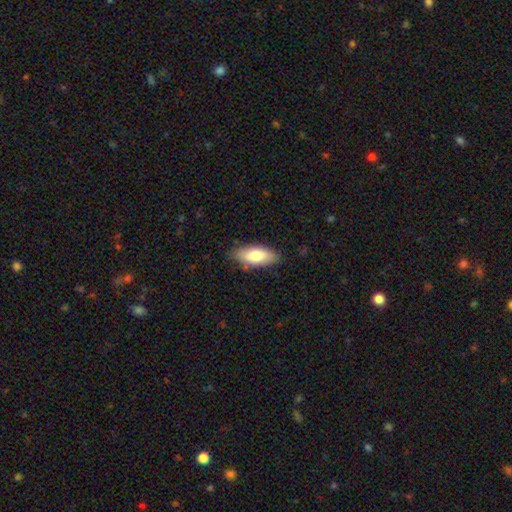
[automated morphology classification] The model was most divided on "smooth or featured": smooth: 75%, featured or disk: 19%, star or artifact: 6%. More confident: merging — none (82%); how rounded — in between (81%).